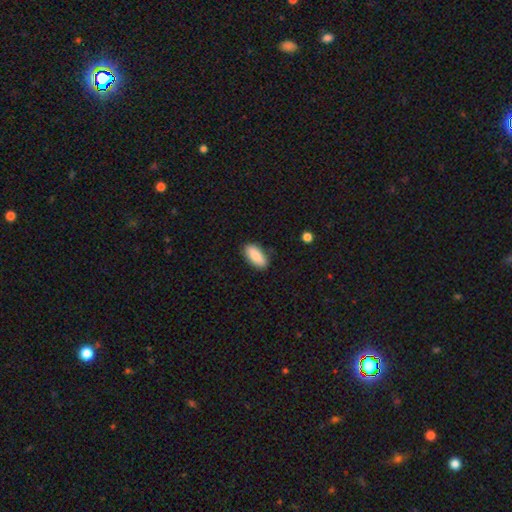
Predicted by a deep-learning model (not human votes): The model was most divided on "merging": none: 85%, minor disturbance: 11%, major disturbance: 2%, merger: 1%. More confident: how rounded — in between (89%); smooth or featured — smooth (87%).